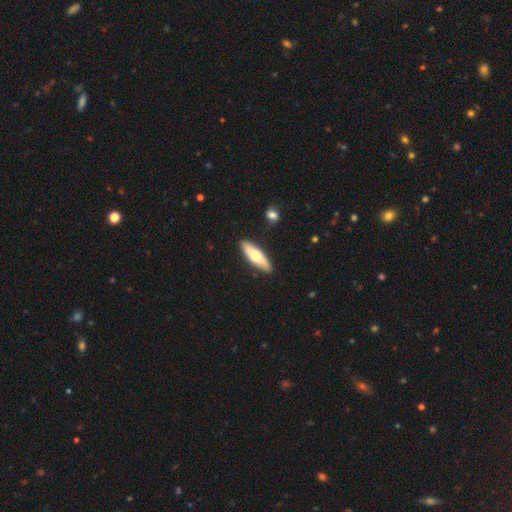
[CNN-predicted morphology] Smooth or featured? smooth (59%)
How rounded? cigar-shaped (49%, tied with in between)
Merging? none (88%)